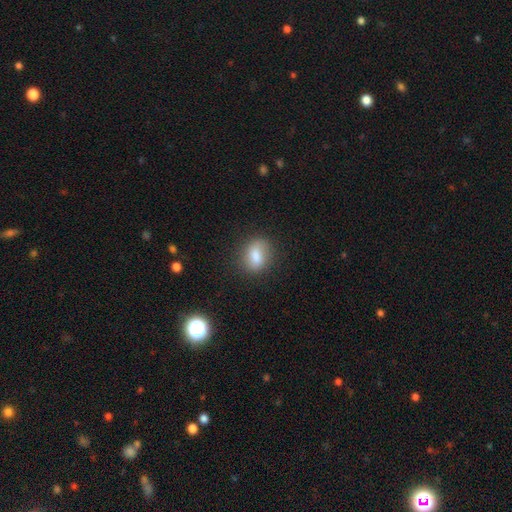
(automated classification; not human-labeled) Smooth or featured?
  - smooth: 74% *
  - featured or disk: 16%
  - star or artifact: 10%
How rounded?
  - in between: 60% *
  - round: 37%
  - cigar-shaped: 3%
Merging?
  - none: 76% *
  - minor disturbance: 17%
  - major disturbance: 5%
  - merger: 2%